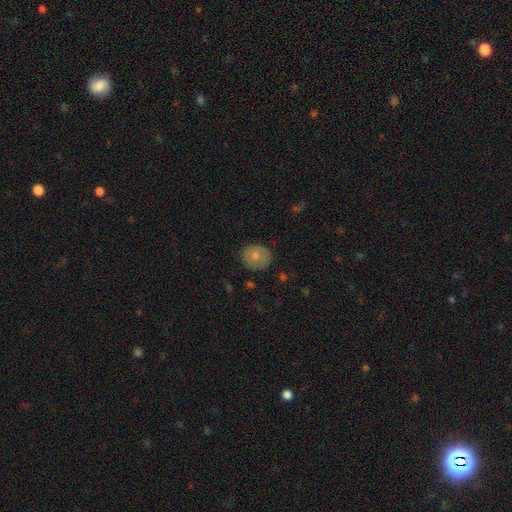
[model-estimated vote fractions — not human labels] This is likely a smooth galaxy (71%). How rounded: likely round (74%). Merging: clearly none (81%).